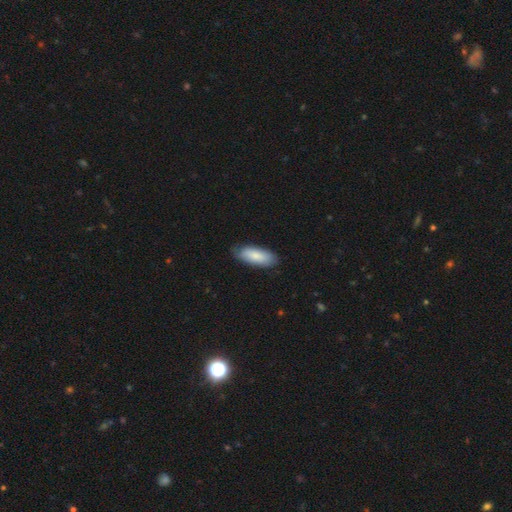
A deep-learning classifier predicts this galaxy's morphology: smooth 82%, featured or disk 13%, star or artifact 5%. Down the decision tree: how rounded — in between (79%); merging — none (80%).